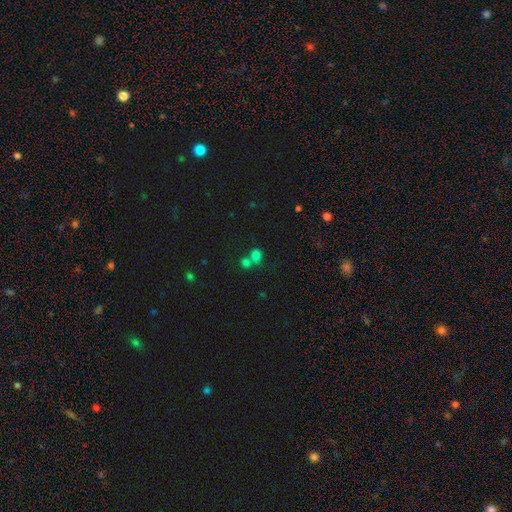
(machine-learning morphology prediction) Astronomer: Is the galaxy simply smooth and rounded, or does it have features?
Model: smooth — 71%.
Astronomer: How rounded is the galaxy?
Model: round — 64%.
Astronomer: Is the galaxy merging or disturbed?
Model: merger — 49% (runner-up: none, 39%).